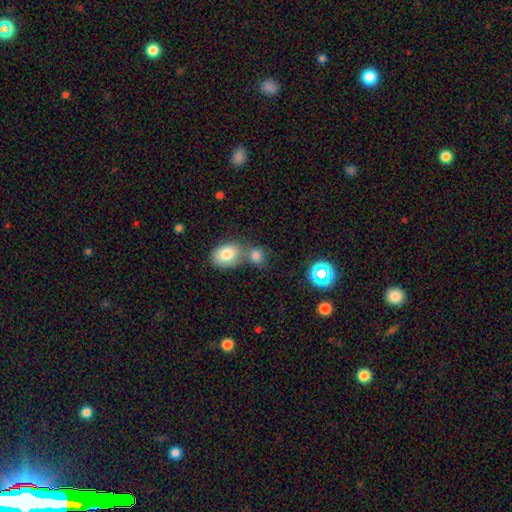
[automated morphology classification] This is likely a smooth galaxy (78%). How rounded: possibly round (52%). Merging: possibly merger (48%).